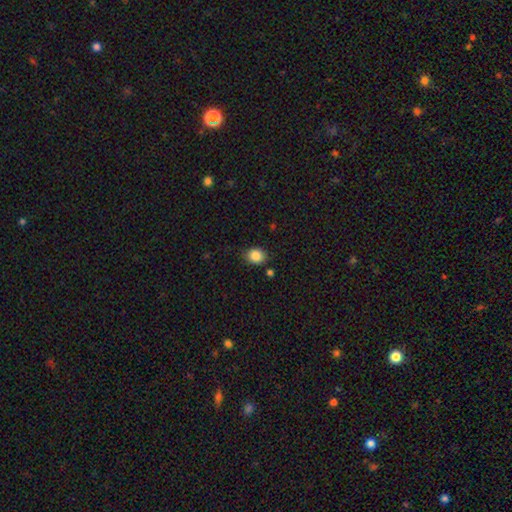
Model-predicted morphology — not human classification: Smooth or featured?
  - smooth: 86% *
  - star or artifact: 9%
  - featured or disk: 5%
How rounded?
  - round: 58% *
  - in between: 41%
  - cigar-shaped: 1%
Merging?
  - none: 82% *
  - minor disturbance: 13%
  - merger: 3%
  - major disturbance: 3%